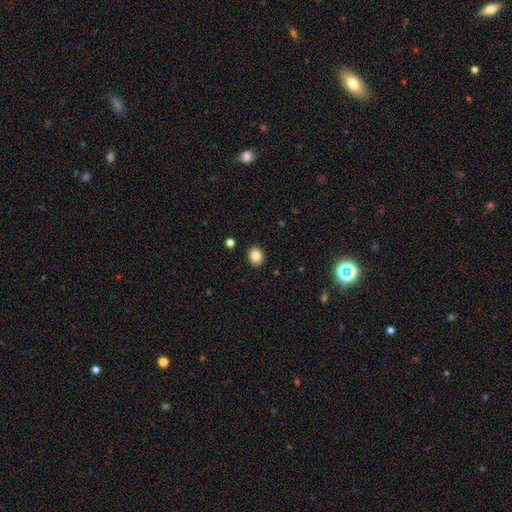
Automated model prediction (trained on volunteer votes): Q: Smooth or featured?
A: smooth (84%); runner-up: star or artifact (10%)
Q: How rounded?
A: round (61%); runner-up: in between (38%)
Q: Merging?
A: none (91%); runner-up: minor disturbance (6%)